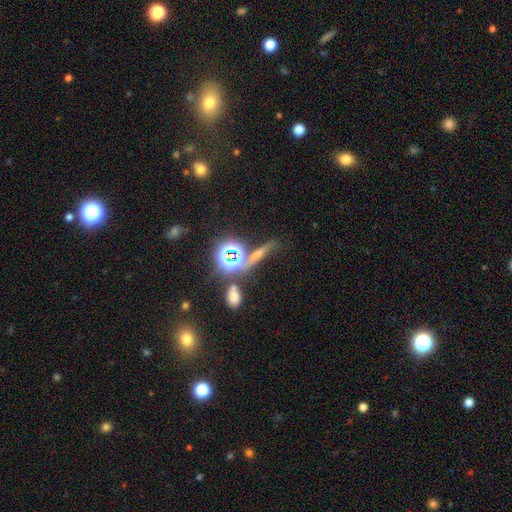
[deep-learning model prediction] smooth 41%, star or artifact 39%, featured or disk 20%. Down the decision tree: merging — none (58%).